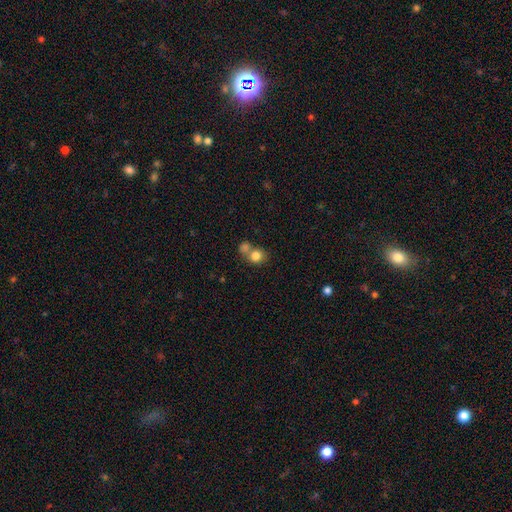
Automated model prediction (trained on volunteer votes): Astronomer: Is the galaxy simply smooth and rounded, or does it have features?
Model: smooth — 81%.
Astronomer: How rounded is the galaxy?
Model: round — 80%.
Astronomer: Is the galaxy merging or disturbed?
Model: merger — 46% (runner-up: none, 42%).